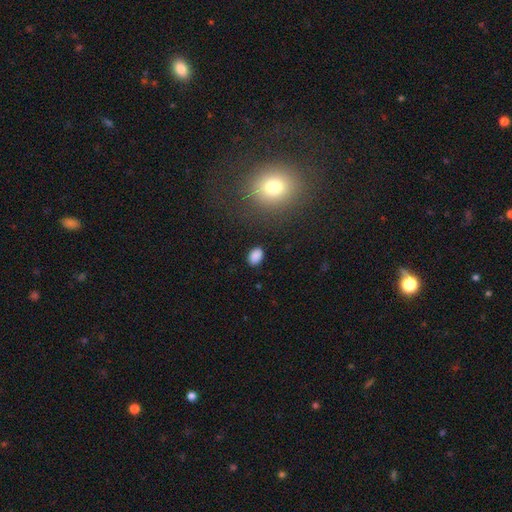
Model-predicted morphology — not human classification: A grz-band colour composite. It shows a smooth galaxy with no disk features (85%) that is in between round and cigar-shaped (81%). Merging: none (86%).